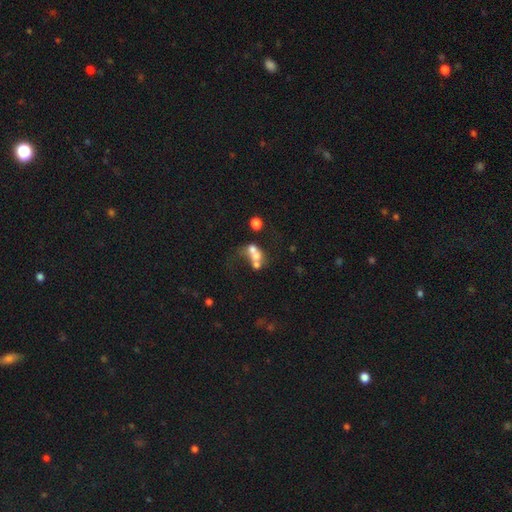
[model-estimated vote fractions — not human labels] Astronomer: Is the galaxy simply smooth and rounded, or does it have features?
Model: smooth — 48% (runner-up: featured or disk, 37%).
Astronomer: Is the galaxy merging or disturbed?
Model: merger — 61%.